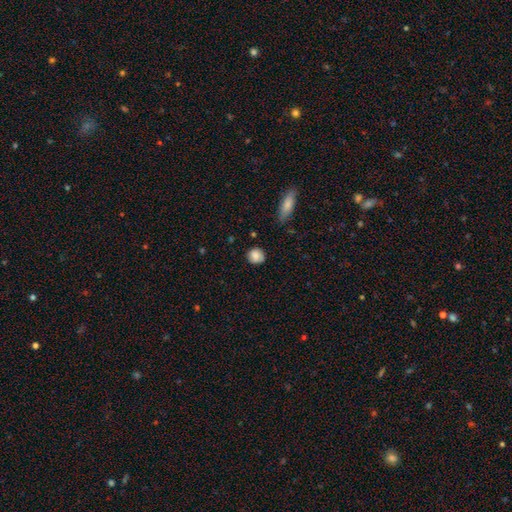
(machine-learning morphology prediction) A smooth galaxy with no disk features (85%) that is round (86%).

Vote fractions:
- Smooth or featured? smooth: 85% / star or artifact: 8% / featured or disk: 7%
- How rounded? round: 86% / in between: 13% / cigar-shaped: 1%
- Merging? none: 81% / minor disturbance: 14% / major disturbance: 3% / merger: 2%